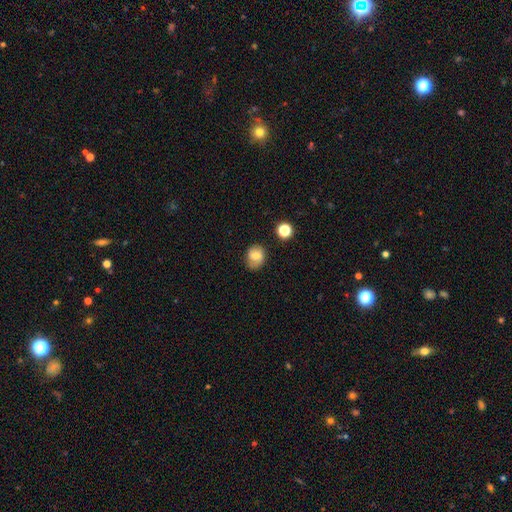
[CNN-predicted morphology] type=smooth (71%); roundness=round (58%); merging=none (71%).